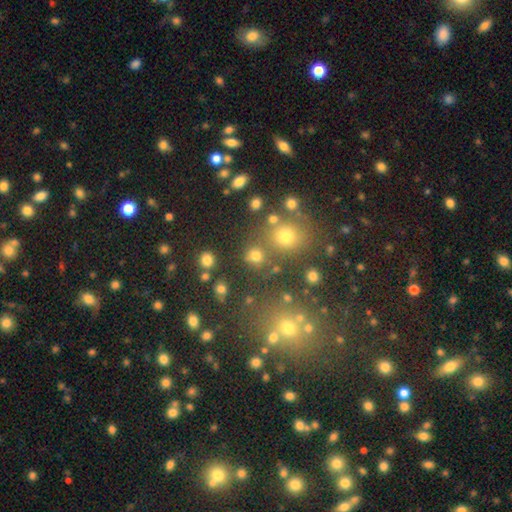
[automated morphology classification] Overall: smooth (75%). How rounded: round (86%). Merging: none (70%).